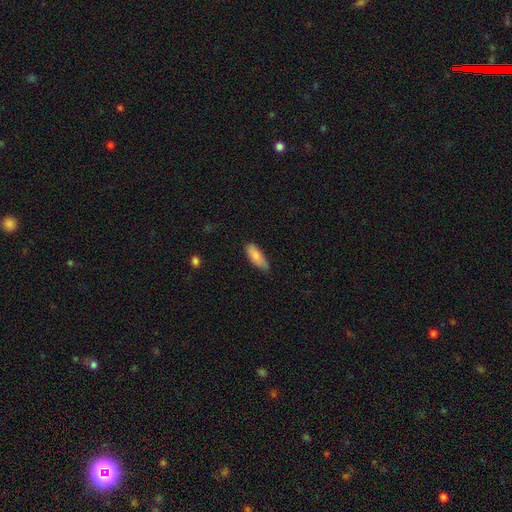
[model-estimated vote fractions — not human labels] A smooth galaxy with no disk features (85%) that is in between round and cigar-shaped (72%).

Vote fractions:
- Smooth or featured? smooth: 85% / featured or disk: 9% / star or artifact: 6%
- How rounded? in between: 72% / cigar-shaped: 26% / round: 2%
- Merging? none: 73% / minor disturbance: 23% / major disturbance: 3% / merger: 1%